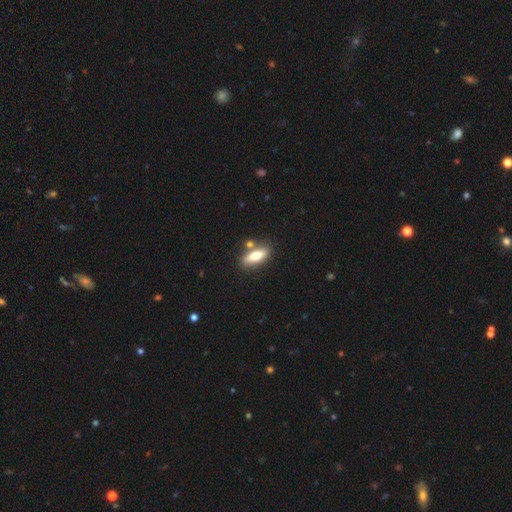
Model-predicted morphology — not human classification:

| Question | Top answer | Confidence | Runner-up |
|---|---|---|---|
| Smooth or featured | smooth | 58% | featured or disk (36%) |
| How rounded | in between | 61% | cigar-shaped (36%) |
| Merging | none | 75% | merger (12%) |